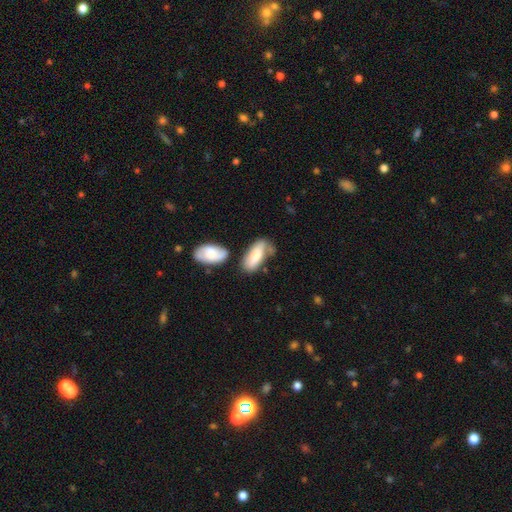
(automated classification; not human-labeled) Smooth or featured?
  - smooth: 74% *
  - featured or disk: 20%
  - star or artifact: 6%
How rounded?
  - in between: 82% *
  - cigar-shaped: 16%
  - round: 2%
Merging?
  - none: 45% *
  - minor disturbance: 29%
  - merger: 15%
  - major disturbance: 11%